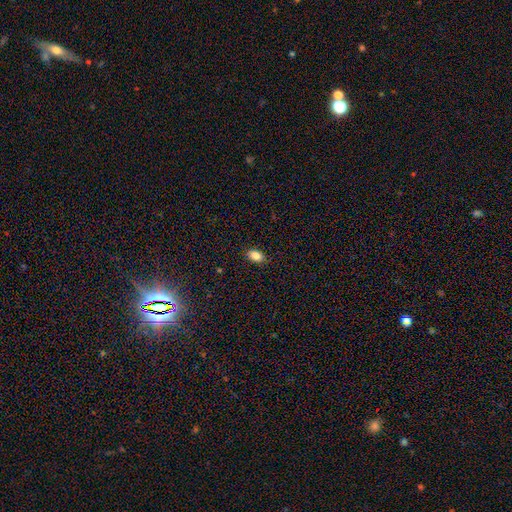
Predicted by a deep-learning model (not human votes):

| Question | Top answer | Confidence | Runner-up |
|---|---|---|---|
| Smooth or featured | smooth | 86% | star or artifact (9%) |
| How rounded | in between | 88% | round (10%) |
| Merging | none | 88% | minor disturbance (9%) |